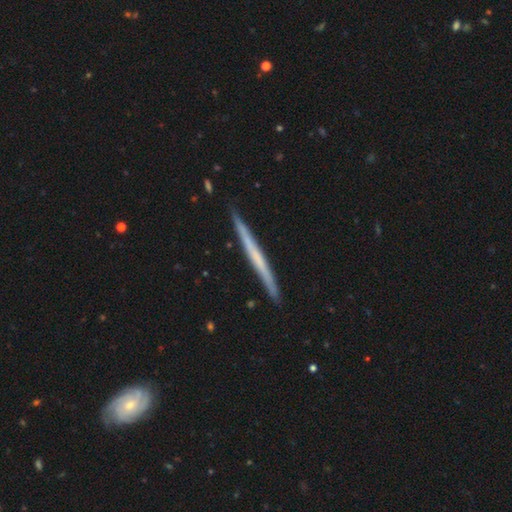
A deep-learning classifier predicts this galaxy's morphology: featured or disk 55%, smooth 39%, star or artifact 5%. Down the decision tree: edge-on disk — yes (97%); edge-on bulge — none (86%); merging — none (90%).